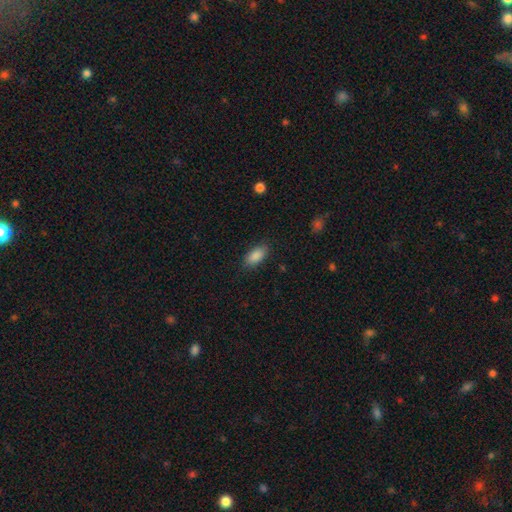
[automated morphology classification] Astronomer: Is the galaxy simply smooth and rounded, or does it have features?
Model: smooth — 88%.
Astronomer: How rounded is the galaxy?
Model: in between — 90%.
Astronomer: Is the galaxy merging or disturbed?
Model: none — 86%.